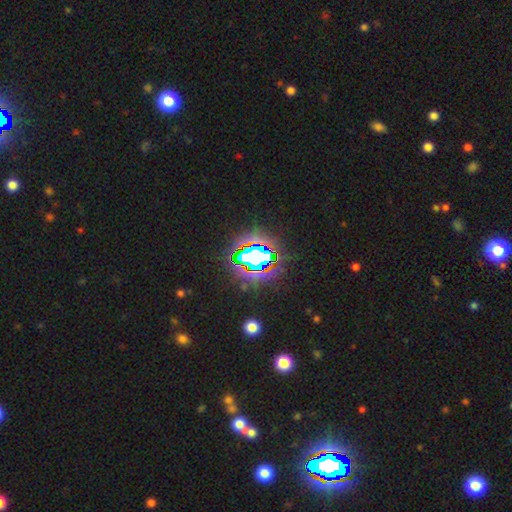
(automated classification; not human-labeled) Smooth or featured?
  - star or artifact: 74% *
  - smooth: 14%
  - featured or disk: 12%